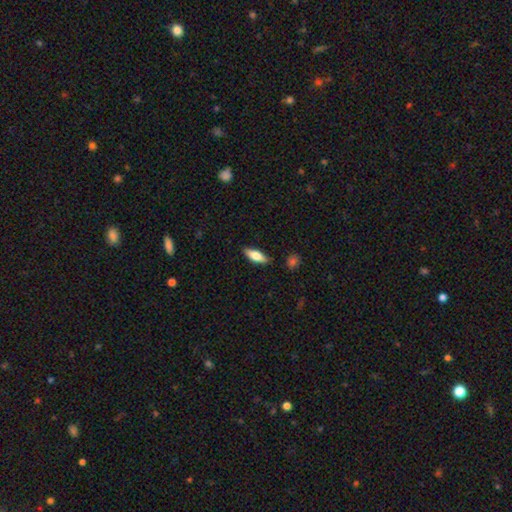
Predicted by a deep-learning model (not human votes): Smooth or featured? Predicted: smooth (p=0.66). How rounded? Predicted: in between (p=0.65). Merging? Predicted: none (p=0.86).